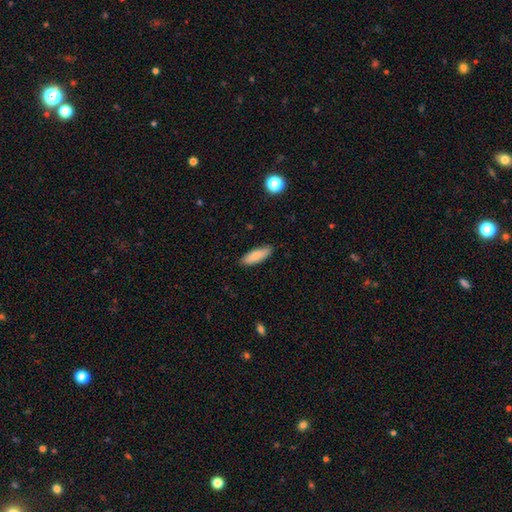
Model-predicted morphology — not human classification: Overall: smooth (85%). How rounded: in between (53%; cigar-shaped 45%). Merging: none (86%).